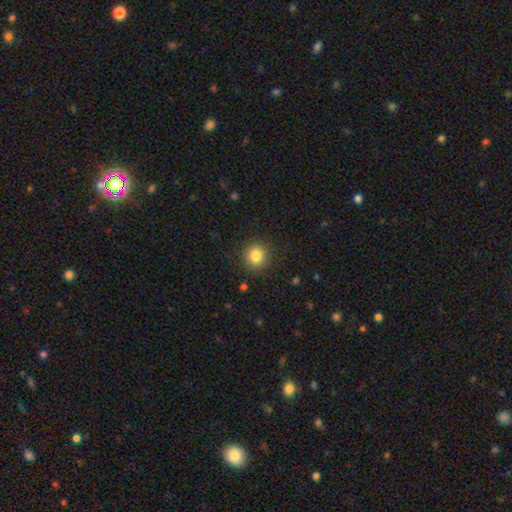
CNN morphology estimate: Smooth or featured?
  - smooth: 84% *
  - star or artifact: 11%
  - featured or disk: 5%
How rounded?
  - round: 90% *
  - in between: 10%
  - cigar-shaped: 1%
Merging?
  - none: 90% *
  - minor disturbance: 7%
  - major disturbance: 2%
  - merger: 1%